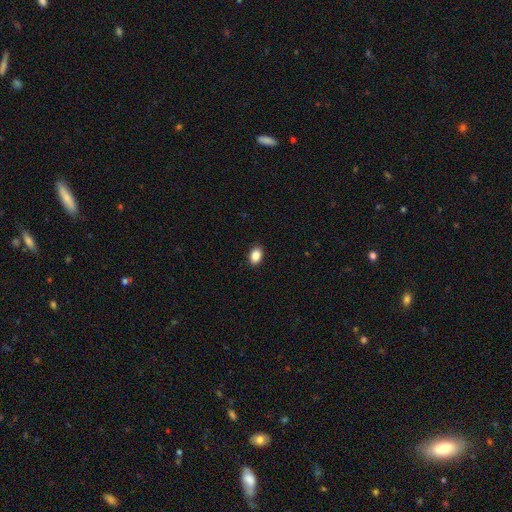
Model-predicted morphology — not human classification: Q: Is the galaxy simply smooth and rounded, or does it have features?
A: smooth — 87%.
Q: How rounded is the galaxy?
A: in between — 80%.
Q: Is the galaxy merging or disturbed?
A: none — 90%.